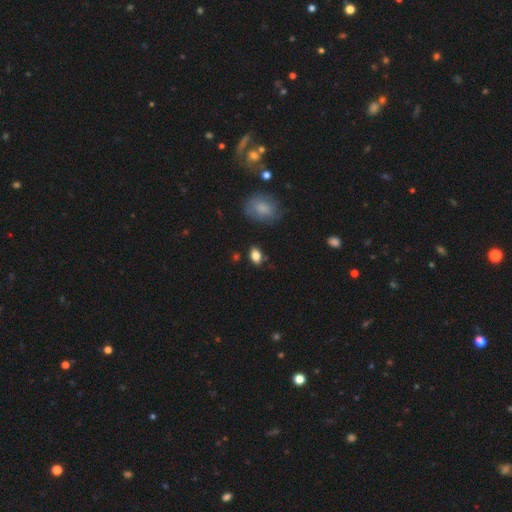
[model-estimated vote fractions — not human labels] This appears to be a smooth galaxy with no disk features (84%) that is in between round and cigar-shaped (80%). Merging: none (81%).